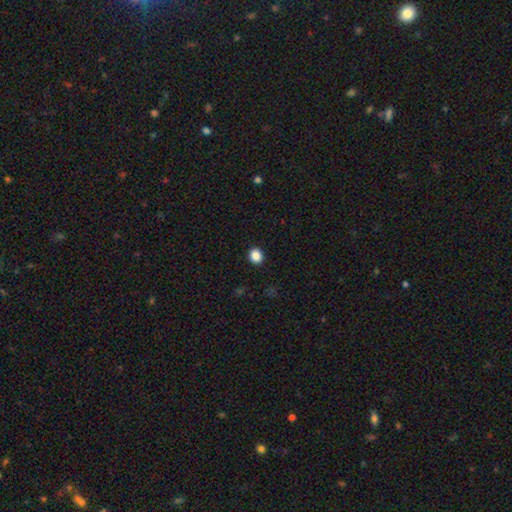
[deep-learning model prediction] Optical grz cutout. It shows a smooth galaxy with no disk features (86%) that is round (70%). Merging: none (92%).